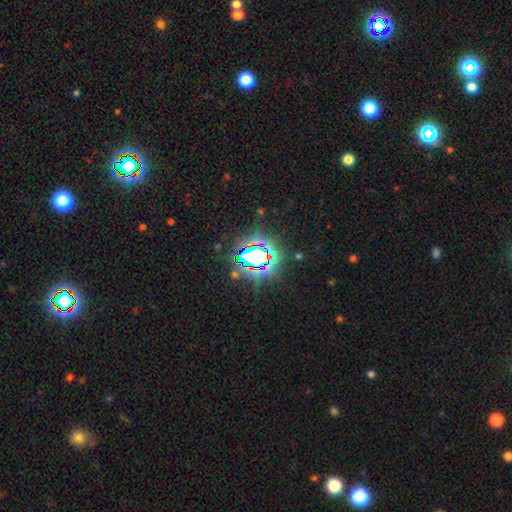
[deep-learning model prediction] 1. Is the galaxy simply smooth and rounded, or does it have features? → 79% star or artifact, 13% smooth, 8% featured or disk.